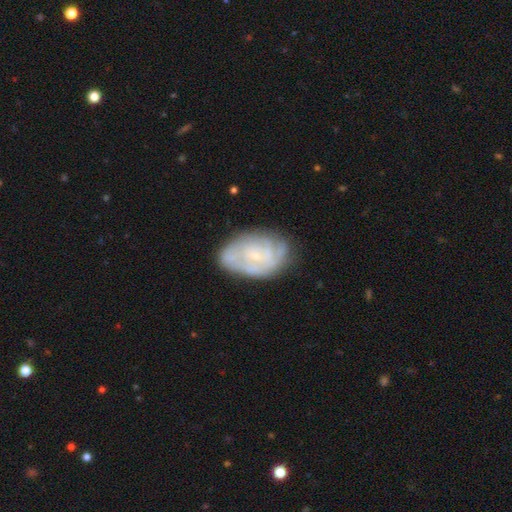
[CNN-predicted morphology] featured or disk 63%, smooth 29%, star or artifact 7%. Down the decision tree: edge-on disk — no (96%); bar — no (74%); spiral arms — yes (68%); bulge size — small (77%); merging — none (66%).